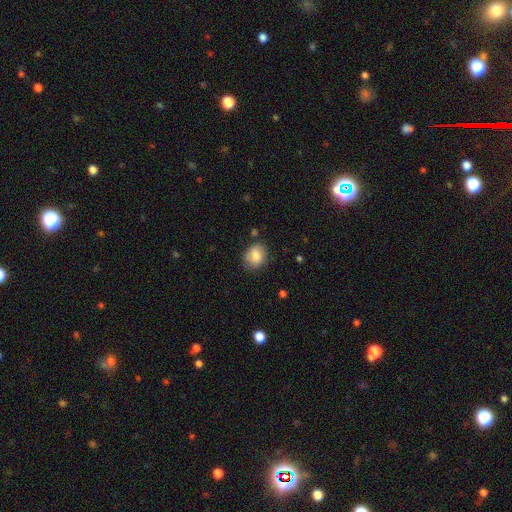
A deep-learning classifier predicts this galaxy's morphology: Smooth or featured: smooth — 81% (featured or disk — 10%)
How rounded: round — 58% (in between — 41%)
Merging: none — 77% (minor disturbance — 17%)